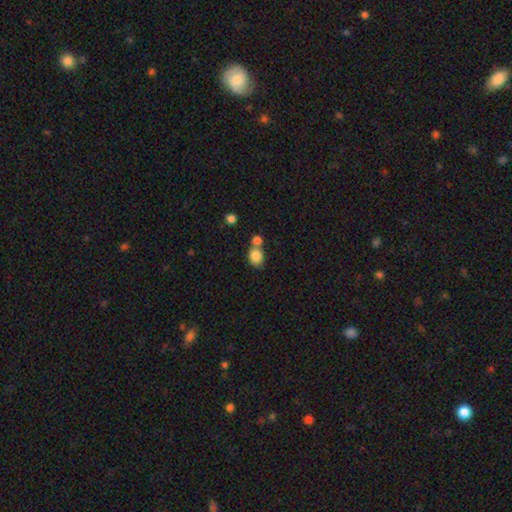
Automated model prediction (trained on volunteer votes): smooth-or-featured: smooth: 85% | star or artifact: 9% | featured or disk: 6%
  how-rounded: in between: 55% | round: 44% | cigar-shaped: 1%
  merging: none: 48% | merger: 36% | minor disturbance: 12% | major disturbance: 4%